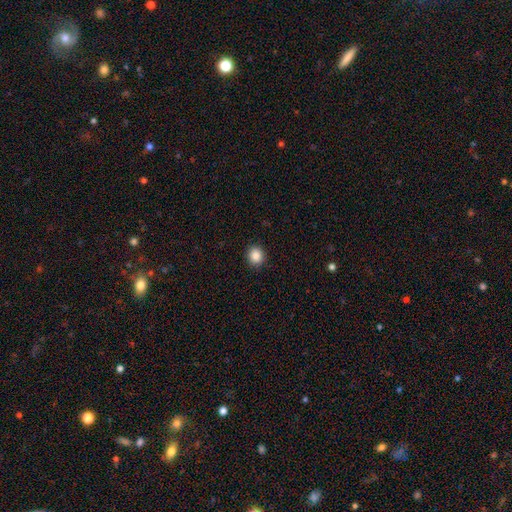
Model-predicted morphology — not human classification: This is clearly a smooth galaxy (87%). How rounded: clearly round (83%). Merging: clearly none (91%).